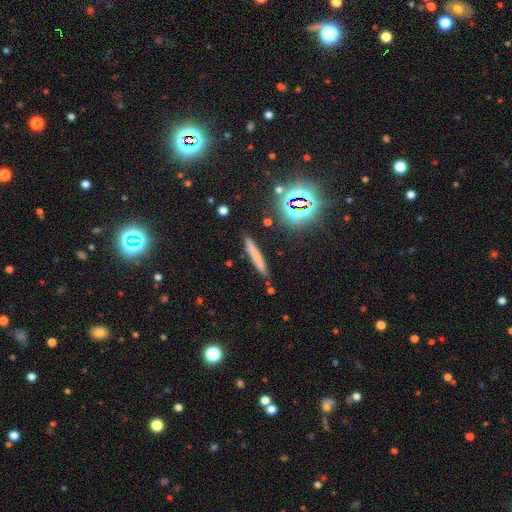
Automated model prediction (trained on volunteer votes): Q: Smooth or featured?
A: smooth (60%); runner-up: featured or disk (24%)
Q: How rounded?
A: cigar-shaped (94%); runner-up: in between (4%)
Q: Merging?
A: none (83%); runner-up: minor disturbance (11%)